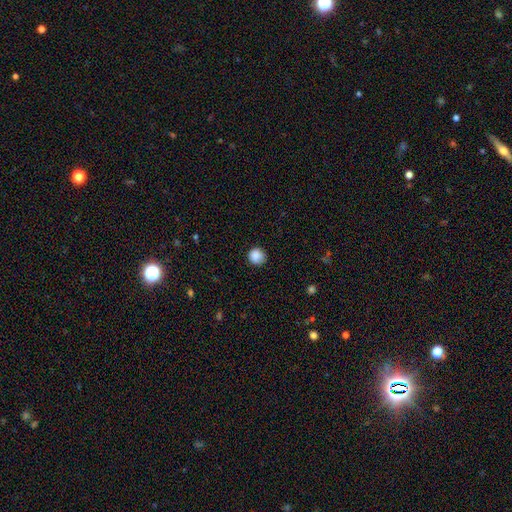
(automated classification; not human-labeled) Morphology: type=smooth (87%); roundness=round (93%); merging=none (83%).